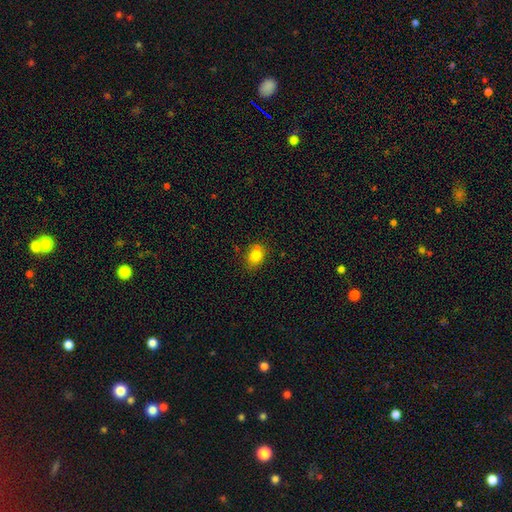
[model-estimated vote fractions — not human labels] Q: Smooth or featured?
A: smooth (79%); runner-up: star or artifact (11%)
Q: How rounded?
A: round (50%); runner-up: in between (49%)
Q: Merging?
A: none (60%); runner-up: merger (19%)